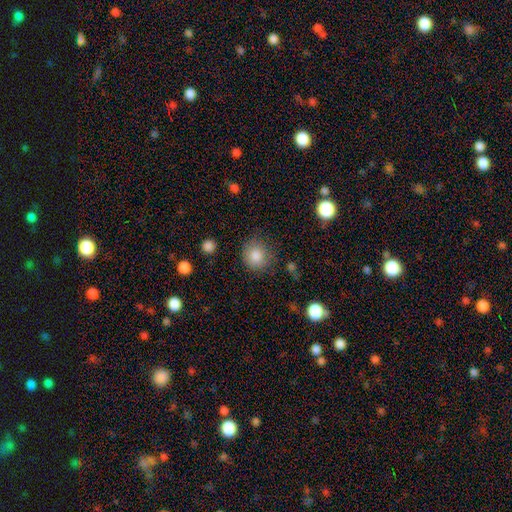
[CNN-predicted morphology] smooth_or_featured: smooth (p=0.85) [alt: star or artifact p=0.10]
how_rounded: round (p=0.84) [alt: in between p=0.15]
merging: none (p=0.80) [alt: minor disturbance p=0.14]